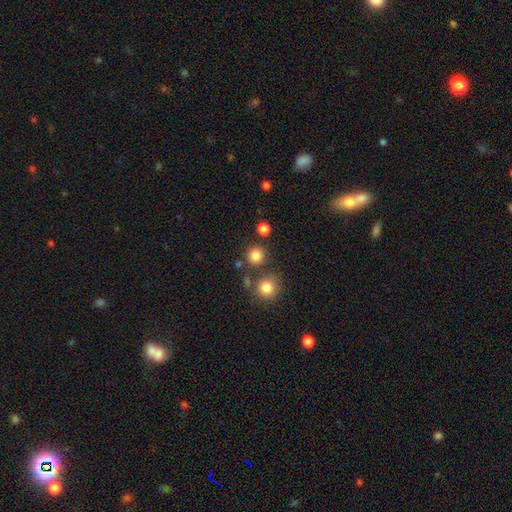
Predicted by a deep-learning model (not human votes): Overall: smooth (83%). How rounded: round (92%). Merging: none (81%).